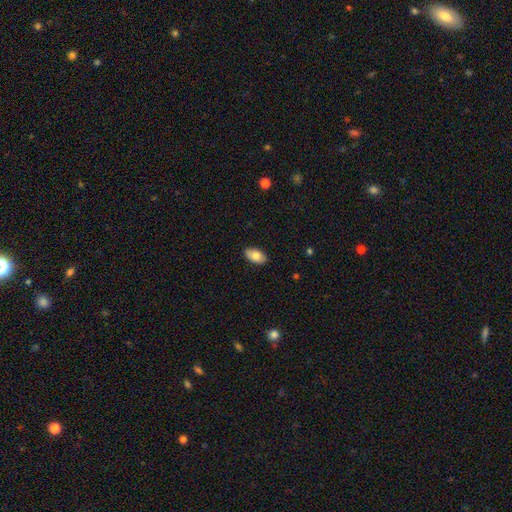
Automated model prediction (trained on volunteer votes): smooth_or_featured: smooth (p=0.75) [alt: featured or disk p=0.18]
how_rounded: in between (p=0.94) [alt: round p=0.04]
merging: none (p=0.87) [alt: minor disturbance p=0.10]